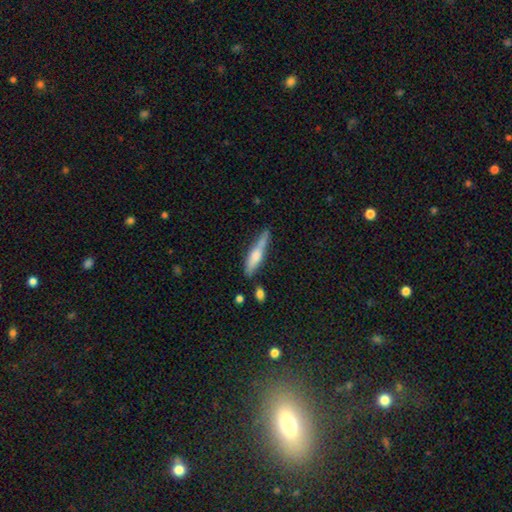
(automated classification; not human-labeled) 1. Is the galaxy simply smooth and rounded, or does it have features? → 59% smooth, 35% featured or disk, 6% star or artifact.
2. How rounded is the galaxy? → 82% cigar-shaped, 16% in between, 2% round.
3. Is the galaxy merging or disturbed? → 65% none, 22% minor disturbance, 7% merger, 6% major disturbance.